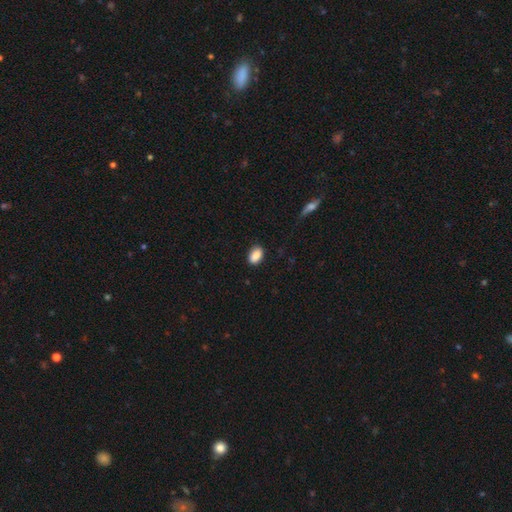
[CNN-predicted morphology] A smooth galaxy with no disk features (89%) that is in between round and cigar-shaped (90%). Merging: none (86%).